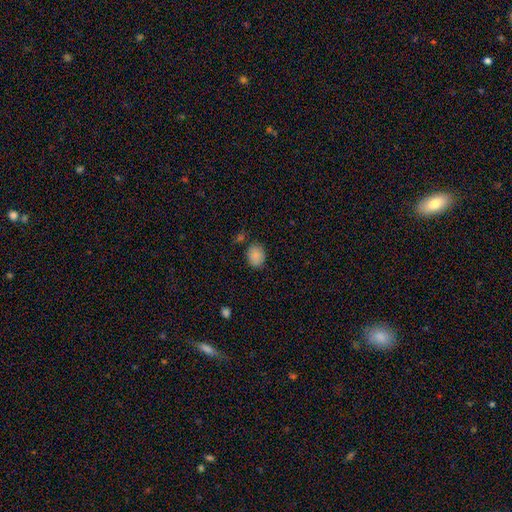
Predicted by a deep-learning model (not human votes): Q: Smooth or featured?
A: smooth (87%); runner-up: star or artifact (8%)
Q: How rounded?
A: in between (62%); runner-up: round (37%)
Q: Merging?
A: none (77%); runner-up: minor disturbance (15%)